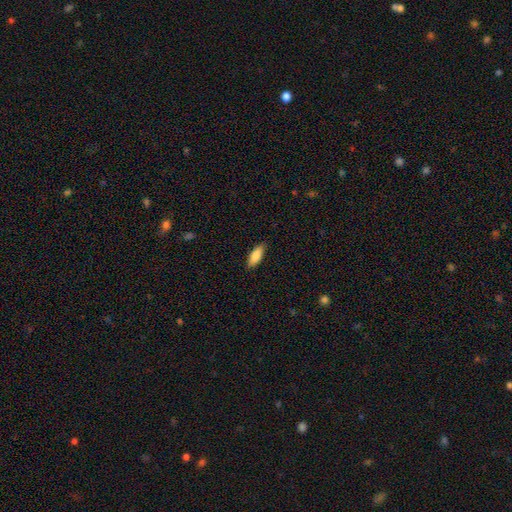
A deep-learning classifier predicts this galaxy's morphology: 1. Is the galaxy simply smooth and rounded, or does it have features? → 85% smooth, 9% featured or disk, 6% star or artifact.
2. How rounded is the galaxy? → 69% in between, 29% cigar-shaped, 2% round.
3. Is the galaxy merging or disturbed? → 86% none, 11% minor disturbance, 2% major disturbance, 1% merger.